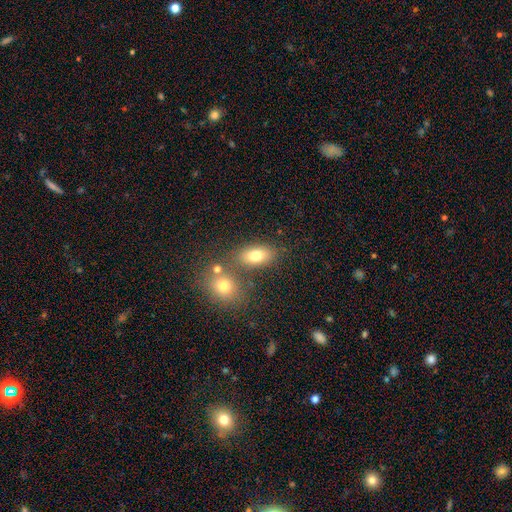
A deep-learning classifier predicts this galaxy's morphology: type=smooth (74%); roundness=in between (81%); merging=none (67%).